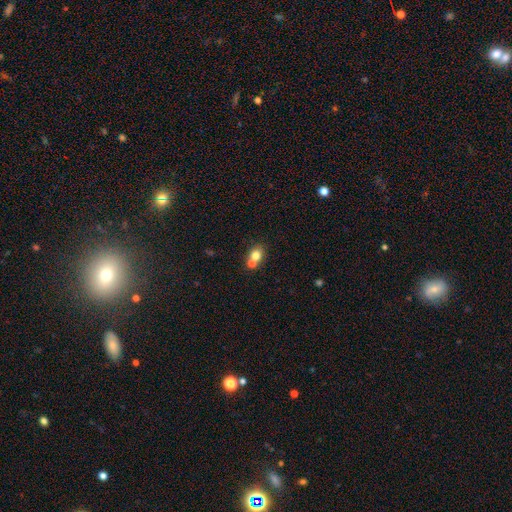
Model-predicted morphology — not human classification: smooth 76%, featured or disk 13%, star or artifact 12%. Down the decision tree: how rounded — round (70%); merging — merger (47%).